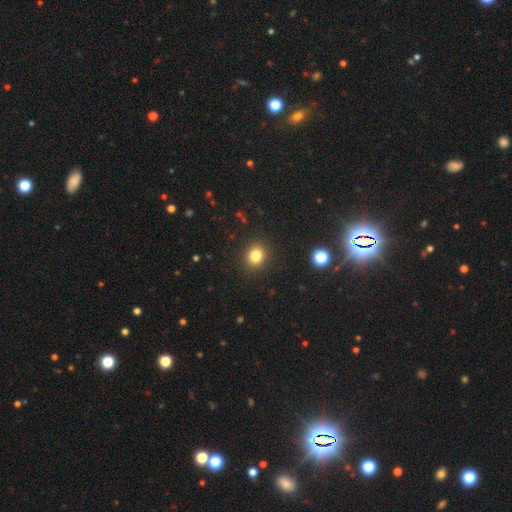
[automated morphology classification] smooth_or_featured: smooth (p=0.81) [alt: star or artifact p=0.12]
how_rounded: round (p=0.63) [alt: in between p=0.36]
merging: none (p=0.89) [alt: minor disturbance p=0.07]